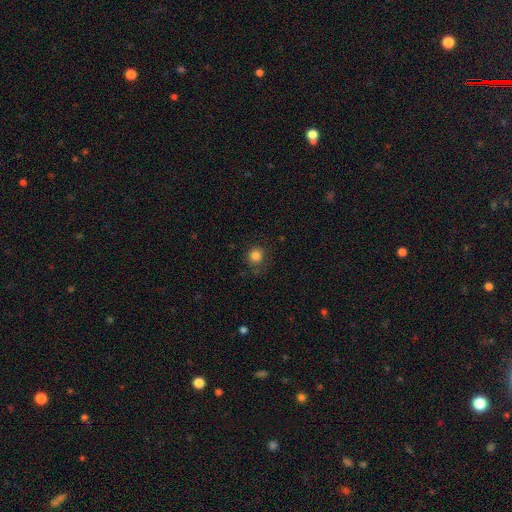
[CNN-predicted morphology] Smooth or featured: smooth — 83% (star or artifact — 12%)
How rounded: round — 90% (in between — 9%)
Merging: none — 82% (minor disturbance — 13%)